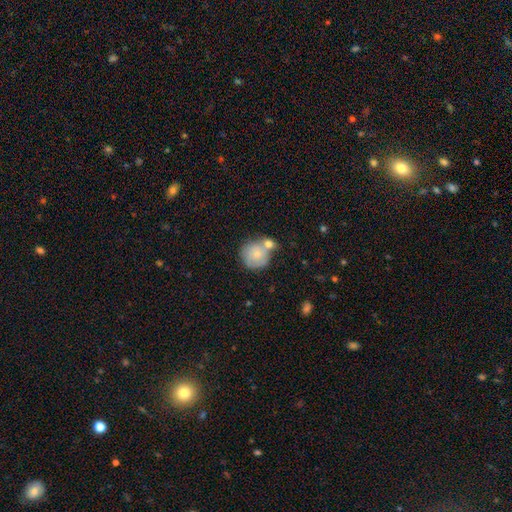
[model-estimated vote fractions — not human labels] Smooth or featured: smooth — 72% (featured or disk — 21%)
How rounded: round — 87% (in between — 12%)
Merging: none — 43% (merger — 36%)